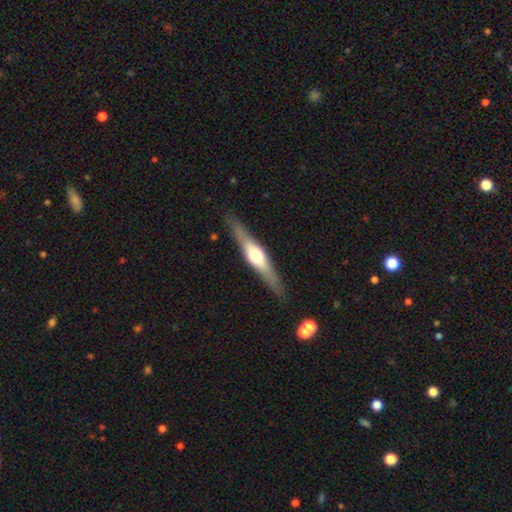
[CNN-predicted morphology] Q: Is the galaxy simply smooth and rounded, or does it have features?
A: featured or disk — 65%.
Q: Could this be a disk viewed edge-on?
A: yes — 95%.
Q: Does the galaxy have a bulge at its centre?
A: rounded — 90%.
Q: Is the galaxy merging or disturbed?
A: none — 87%.